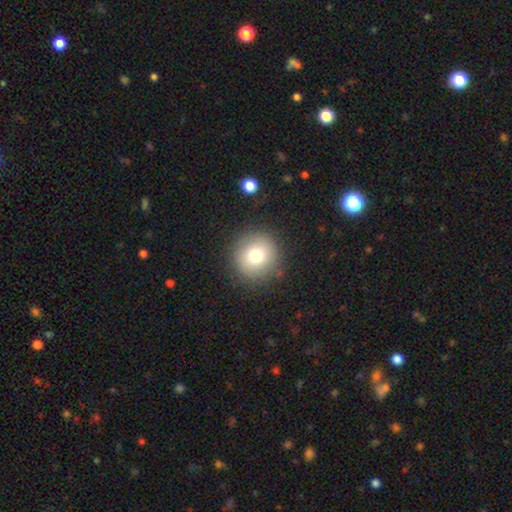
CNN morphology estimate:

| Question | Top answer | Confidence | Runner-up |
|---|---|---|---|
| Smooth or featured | smooth | 76% | star or artifact (12%) |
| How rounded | round | 94% | in between (5%) |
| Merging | none | 88% | minor disturbance (7%) |